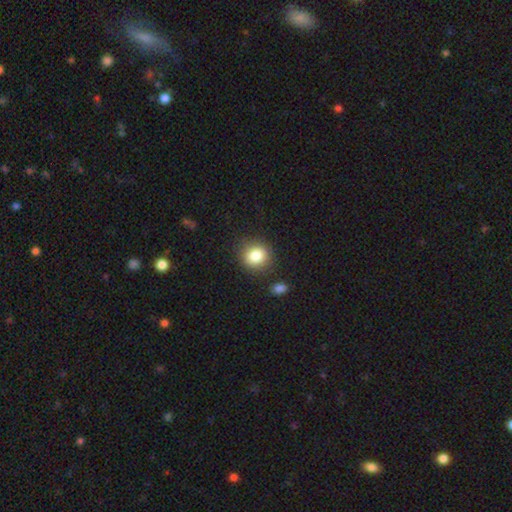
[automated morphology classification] Overall: smooth (84%). How rounded: round (82%). Merging: none (84%).